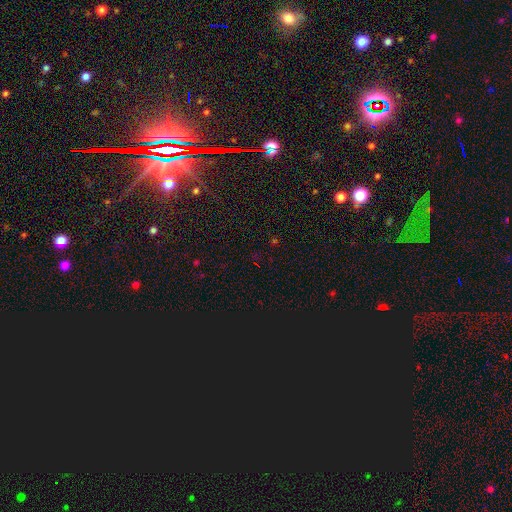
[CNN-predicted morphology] Smooth or featured: star or artifact — 69% (smooth — 23%)